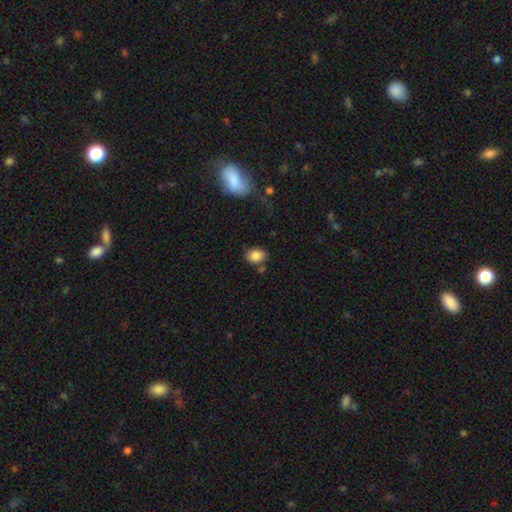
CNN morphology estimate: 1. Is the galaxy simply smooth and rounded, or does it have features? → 85% smooth, 9% star or artifact, 6% featured or disk.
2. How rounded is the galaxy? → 57% in between, 42% round, 1% cigar-shaped.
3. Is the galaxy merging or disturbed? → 74% none, 14% minor disturbance, 8% merger, 4% major disturbance.